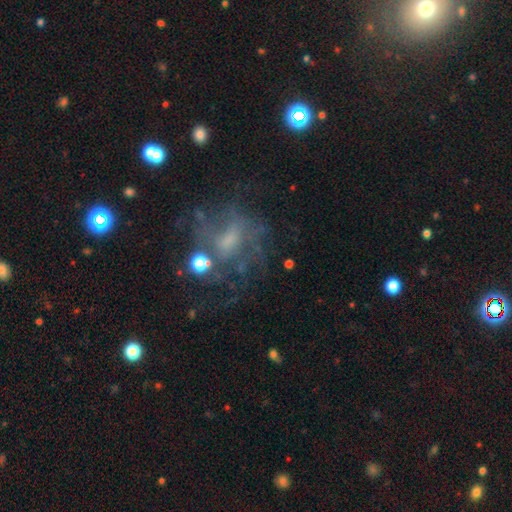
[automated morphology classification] This appears to be a featured or disk galaxy (56%) with no bar (46%), spiral arms (68%) and a small central bulge (42%). Merging: none (57%).